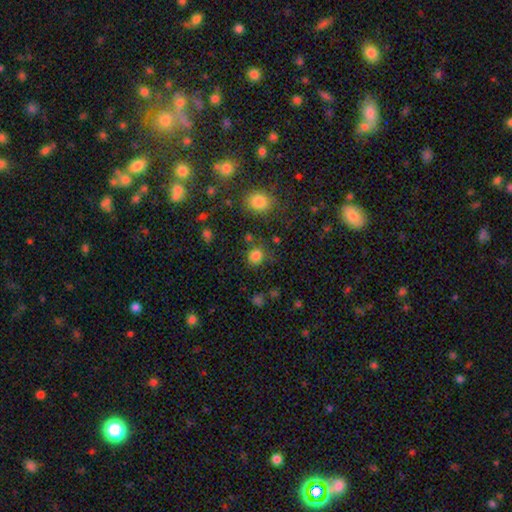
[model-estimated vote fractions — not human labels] This appears to be a smooth galaxy with no disk features (81%) that is round (80%). Merging: none (77%).